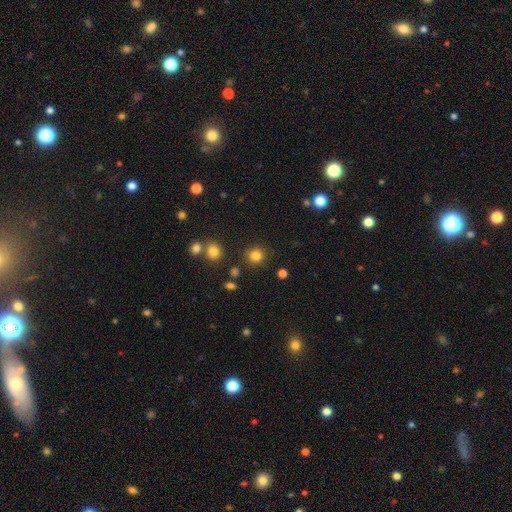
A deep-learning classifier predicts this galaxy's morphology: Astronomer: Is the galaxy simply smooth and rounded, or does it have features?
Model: smooth — 81%.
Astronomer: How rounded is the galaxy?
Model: round — 90%.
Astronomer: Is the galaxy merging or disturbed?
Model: none — 85%.